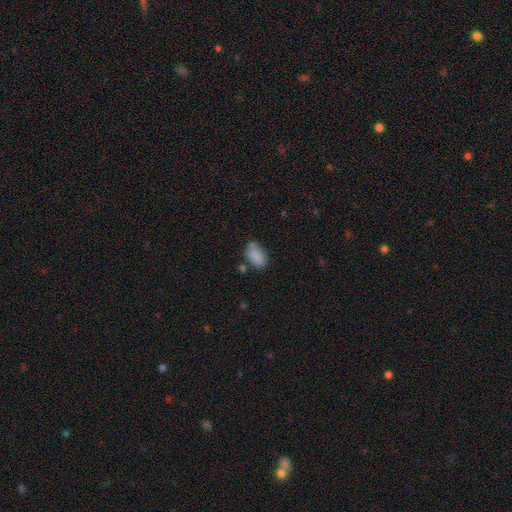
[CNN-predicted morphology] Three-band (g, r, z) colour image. It shows a smooth galaxy with no disk features (85%) that is in between round and cigar-shaped (90%). Merging: none (61%).